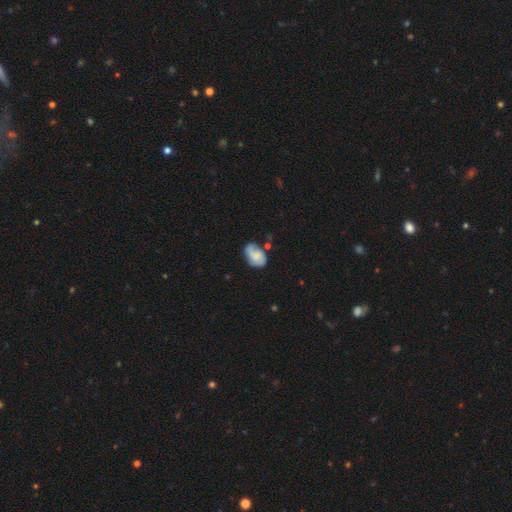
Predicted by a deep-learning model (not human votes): This is possibly a smooth galaxy (50%). Merging: possibly none (47%).